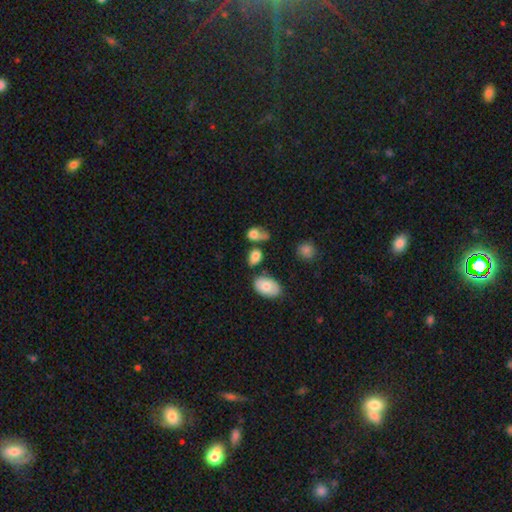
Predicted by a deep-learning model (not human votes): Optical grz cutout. It shows a smooth galaxy with no disk features (77%) that is in between round and cigar-shaped (72%). Merging: none (52%).